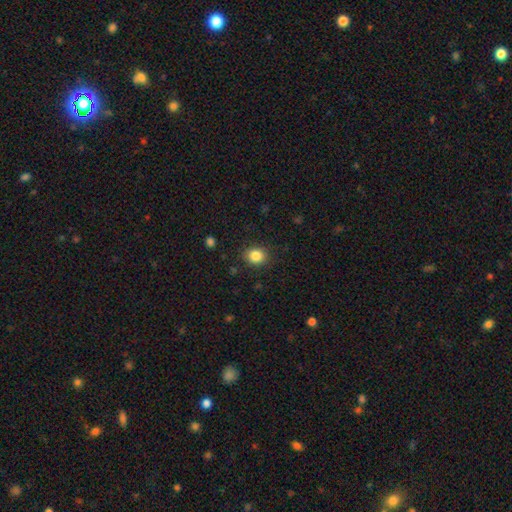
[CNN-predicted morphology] Overall: smooth (85%). How rounded: round (66%; in between 34%). Merging: none (87%).